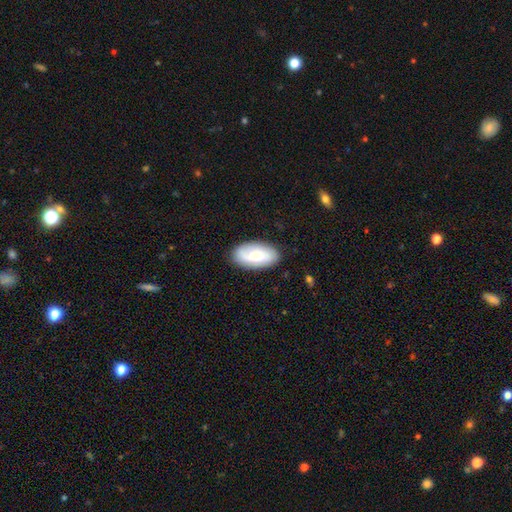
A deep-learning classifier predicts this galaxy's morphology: This appears to be a smooth galaxy with no disk features (66%) that is in between round and cigar-shaped (94%). Merging: none (84%).